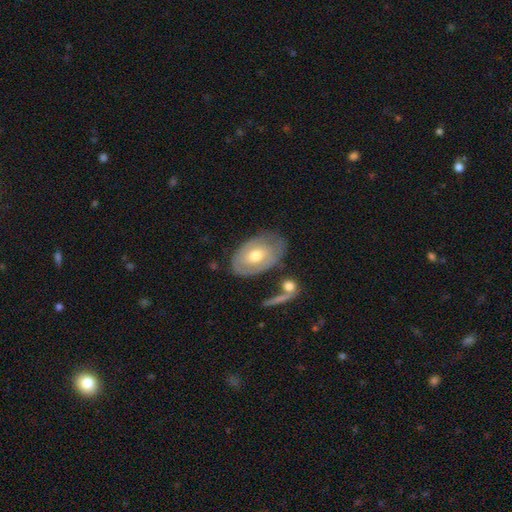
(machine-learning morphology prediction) Smooth or featured? featured or disk (51%)
Edge-on disk? no (91%)
Merging? none (59%)